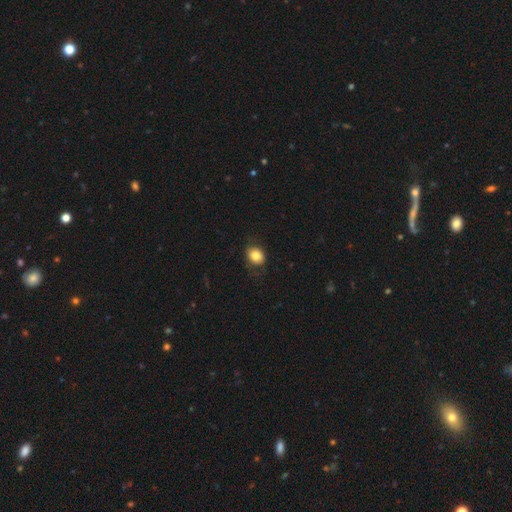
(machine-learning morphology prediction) Overall: smooth (82%). How rounded: in between (51%; round 48%). Merging: none (76%).